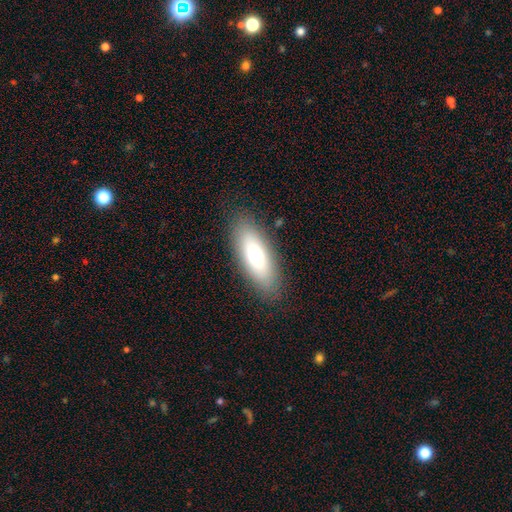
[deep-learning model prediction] Overall: smooth (69%). How rounded: in between (71%). Merging: none (87%).